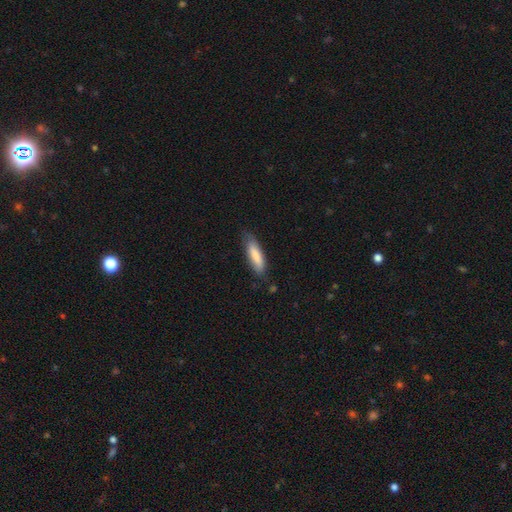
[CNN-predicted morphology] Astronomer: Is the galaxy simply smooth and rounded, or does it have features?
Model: smooth — 83%.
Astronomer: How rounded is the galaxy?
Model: cigar-shaped — 63%.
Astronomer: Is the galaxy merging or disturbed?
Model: none — 75%.